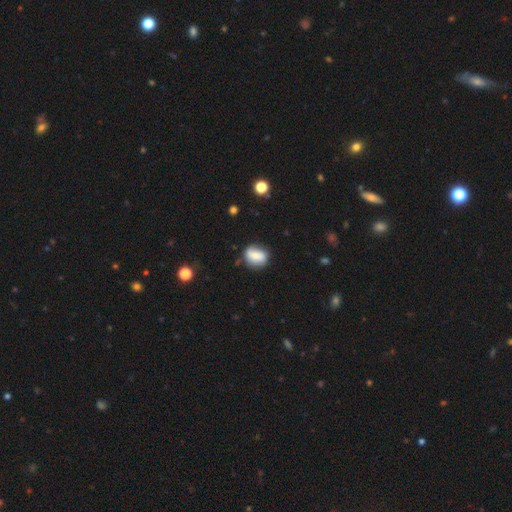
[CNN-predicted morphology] A smooth galaxy with no disk features (64%) that is round (51%). Merging: none (62%).